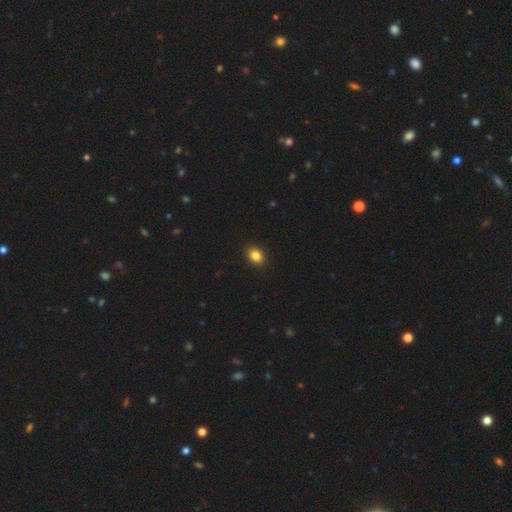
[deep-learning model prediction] Smooth or featured: smooth — 85% (star or artifact — 10%)
How rounded: in between — 60% (round — 39%)
Merging: none — 91% (minor disturbance — 6%)